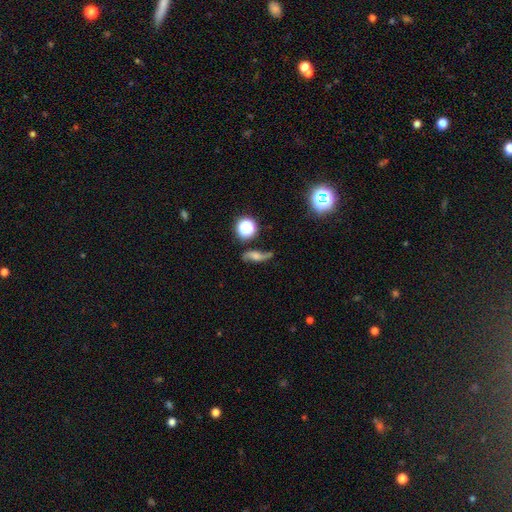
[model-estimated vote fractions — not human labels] A featured or disk galaxy (59%).

Vote fractions:
- Smooth or featured? featured or disk: 59% / smooth: 24% / star or artifact: 17%
- Edge-on disk? no: 75% / yes: 25%
- Merging? none: 68% / minor disturbance: 18% / major disturbance: 9% / merger: 5%